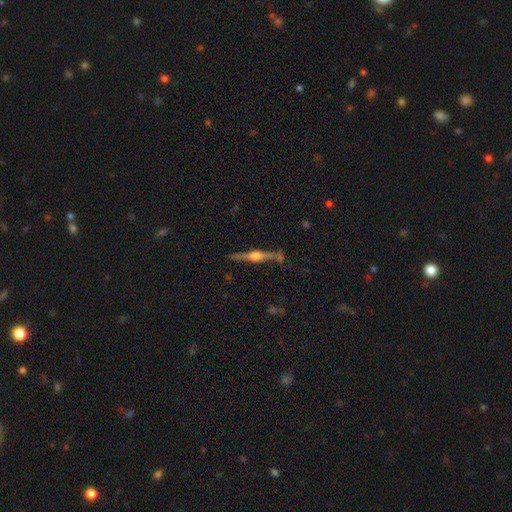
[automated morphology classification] Smooth or featured: featured or disk — 78% (smooth — 16%)
Edge-on disk: yes — 98% (no — 2%)
Edge-on bulge: rounded — 93% (boxy — 5%)
Merging: none — 82% (minor disturbance — 12%)